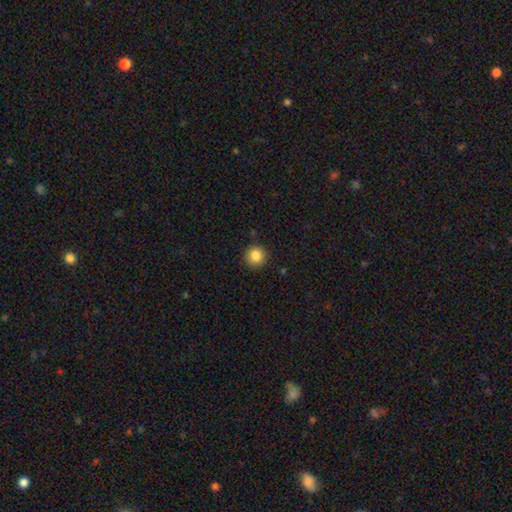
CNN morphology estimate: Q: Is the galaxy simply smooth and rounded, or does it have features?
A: smooth — 85%.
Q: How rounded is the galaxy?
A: round — 93%.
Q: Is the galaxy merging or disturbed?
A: none — 90%.